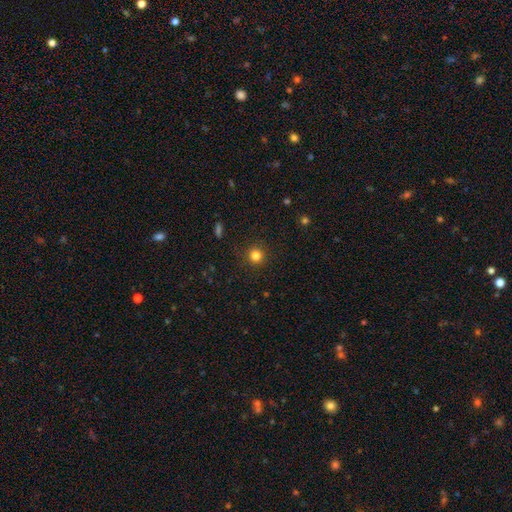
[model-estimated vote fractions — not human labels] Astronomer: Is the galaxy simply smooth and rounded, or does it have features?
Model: smooth — 82%.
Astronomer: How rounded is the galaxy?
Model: round — 94%.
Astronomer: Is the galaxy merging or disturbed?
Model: none — 91%.